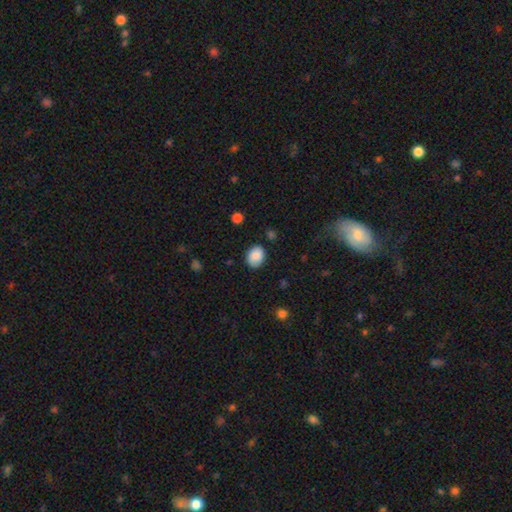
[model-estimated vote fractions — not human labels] smooth-or-featured: smooth: 87% | star or artifact: 7% | featured or disk: 5%
  how-rounded: in between: 63% | round: 36% | cigar-shaped: 1%
  merging: none: 83% | minor disturbance: 13% | major disturbance: 3% | merger: 2%